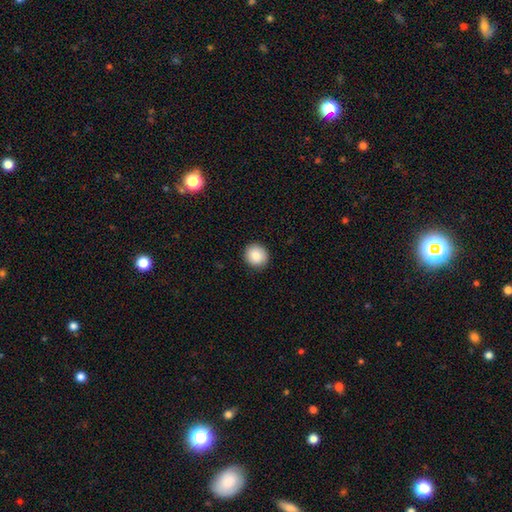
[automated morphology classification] This is clearly a smooth galaxy (87%). How rounded: clearly round (90%). Merging: clearly none (92%).